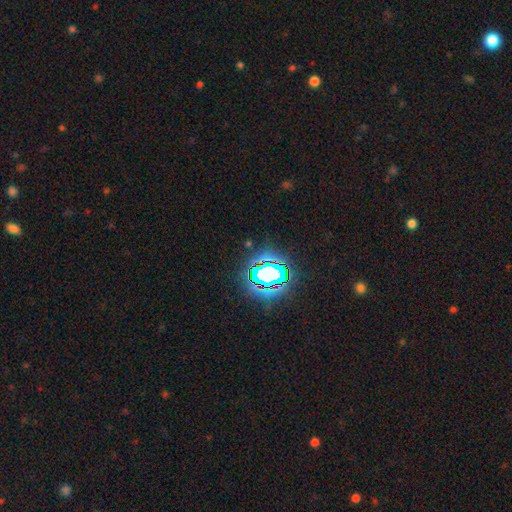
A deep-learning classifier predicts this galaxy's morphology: Q: Smooth or featured?
A: star or artifact (79%); runner-up: smooth (12%)